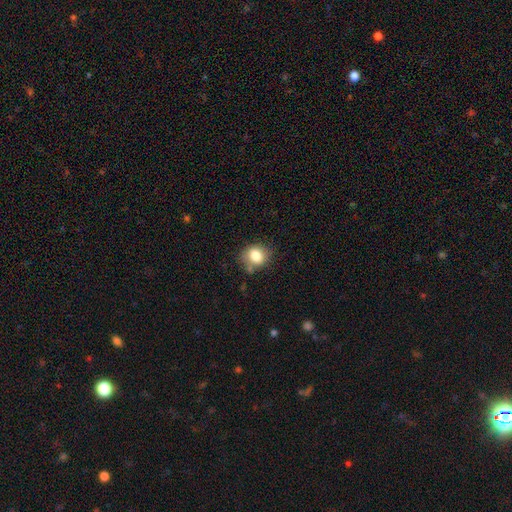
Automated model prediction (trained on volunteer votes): Smooth or featured? Predicted: smooth (p=0.82). How rounded? Predicted: round (p=0.66). Merging? Predicted: none (p=0.71).